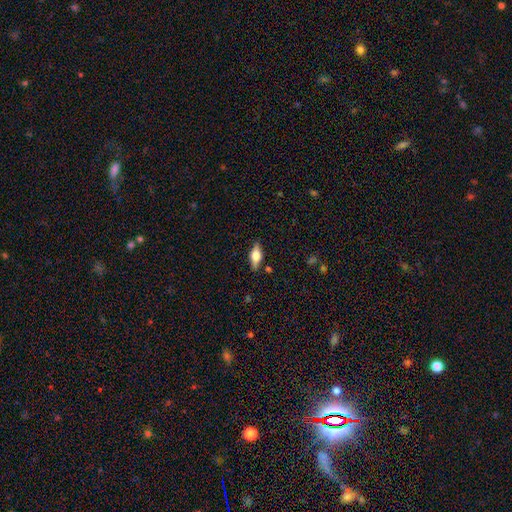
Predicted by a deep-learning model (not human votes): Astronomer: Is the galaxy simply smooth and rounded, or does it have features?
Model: featured or disk — 49% (runner-up: smooth, 44%).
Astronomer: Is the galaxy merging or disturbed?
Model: none — 85%.